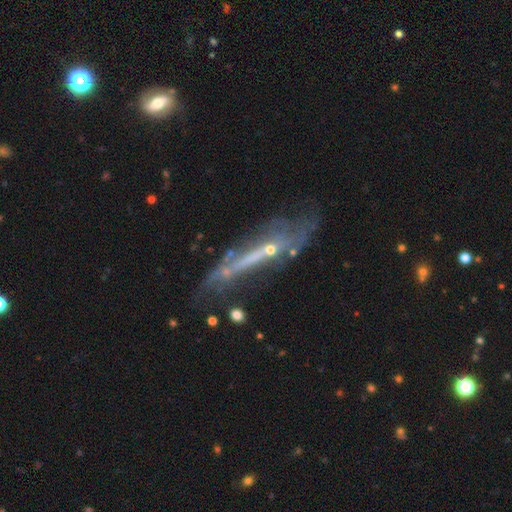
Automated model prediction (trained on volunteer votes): Morphology: type=featured or disk (69%); edge-on=yes (53%); merging=none (43%).